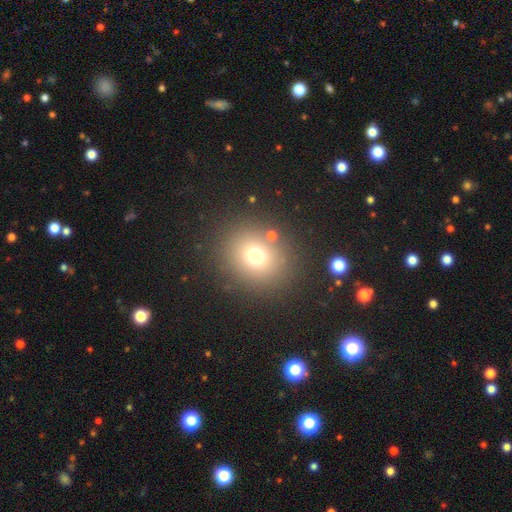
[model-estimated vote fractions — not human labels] smooth-or-featured: smooth: 71% | star or artifact: 18% | featured or disk: 10%
  how-rounded: round: 77% | in between: 22% | cigar-shaped: 1%
  merging: none: 83% | minor disturbance: 8% | merger: 5% | major disturbance: 4%